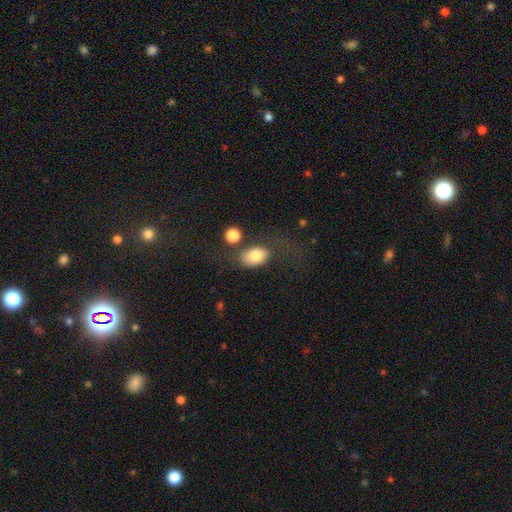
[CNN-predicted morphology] smooth-or-featured: smooth: 80% | featured or disk: 11% | star or artifact: 8%
  how-rounded: in between: 84% | round: 15% | cigar-shaped: 2%
  merging: none: 53% | minor disturbance: 19% | major disturbance: 16% | merger: 12%